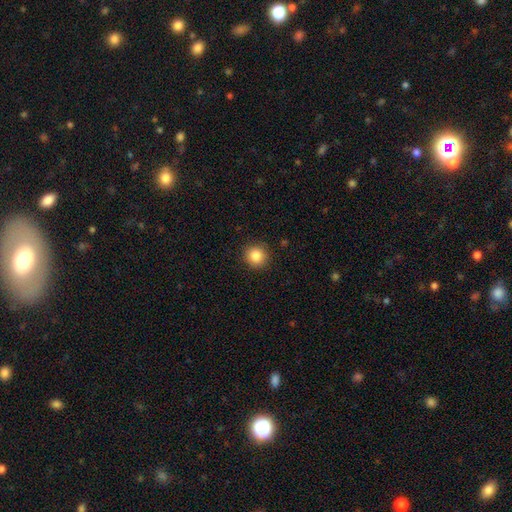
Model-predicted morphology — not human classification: smooth 86%, star or artifact 10%, featured or disk 4%. Down the decision tree: how rounded — round (92%); merging — none (90%).